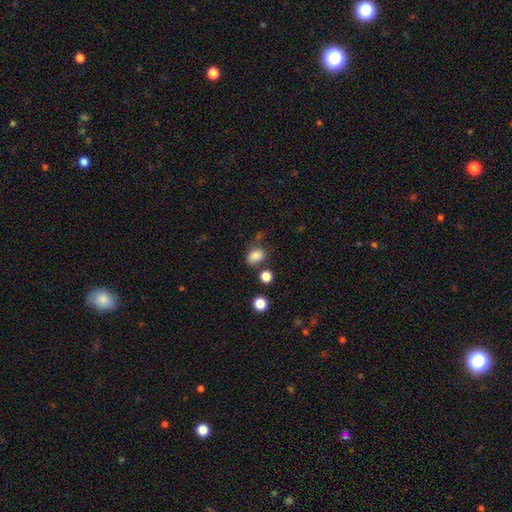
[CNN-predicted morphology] The model was most divided on "how rounded": in between: 61%, round: 38%, cigar-shaped: 1%. More confident: smooth or featured — smooth (81%); merging — none (56%).